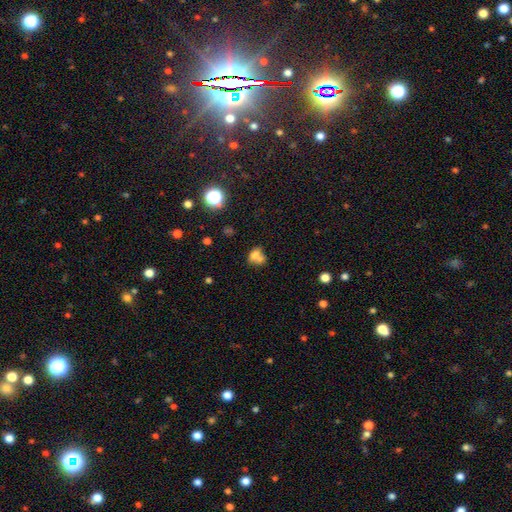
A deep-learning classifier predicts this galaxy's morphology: Smooth or featured? Predicted: smooth (p=0.68). How rounded? Predicted: in between (p=0.51). Merging? Predicted: merger (p=0.55).